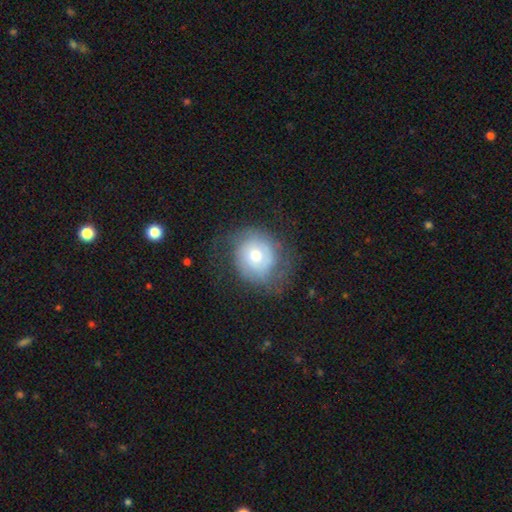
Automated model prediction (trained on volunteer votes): This appears to be a featured or disk galaxy (49%). Merging: none (60%).